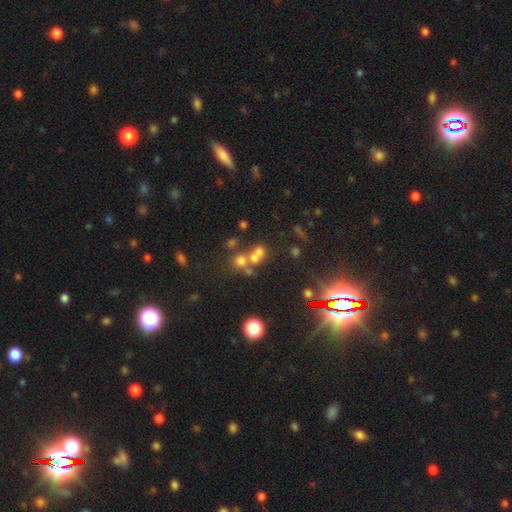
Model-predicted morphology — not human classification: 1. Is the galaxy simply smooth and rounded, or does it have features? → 49% smooth, 35% star or artifact, 16% featured or disk.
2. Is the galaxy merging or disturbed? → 49% merger, 38% none, 7% minor disturbance, 6% major disturbance.